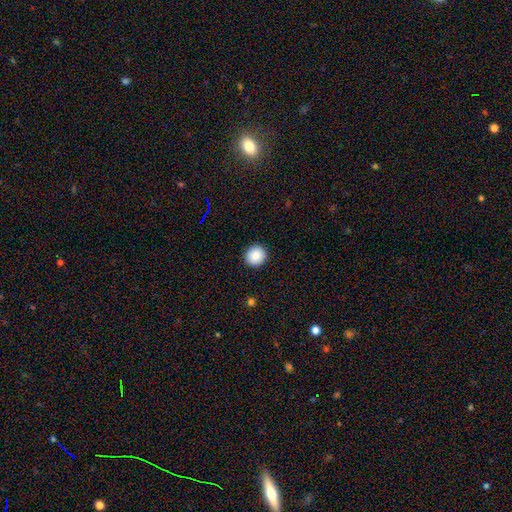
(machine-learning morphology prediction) A smooth galaxy with no disk features (86%) that is round (92%).

Vote fractions:
- Smooth or featured? smooth: 86% / star or artifact: 9% / featured or disk: 5%
- How rounded? round: 92% / in between: 7% / cigar-shaped: 1%
- Merging? none: 93% / minor disturbance: 5% / major disturbance: 2% / merger: 1%